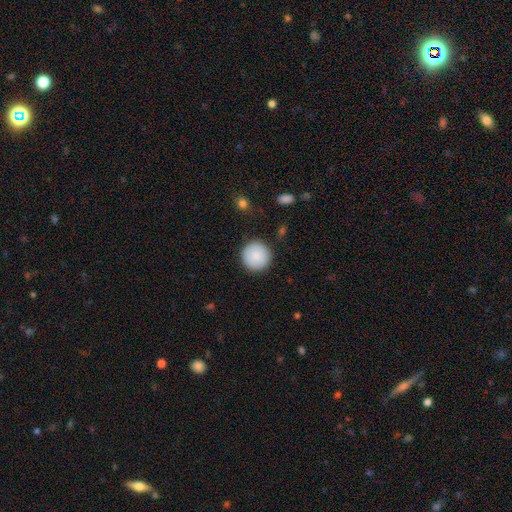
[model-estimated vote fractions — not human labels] smooth 89%, star or artifact 7%, featured or disk 5%. Down the decision tree: how rounded — round (95%); merging — none (90%).